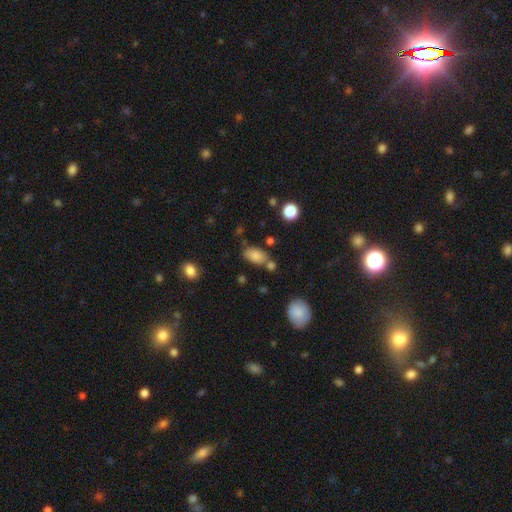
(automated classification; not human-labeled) A smooth galaxy with no disk features (82%) that is in between round and cigar-shaped (90%). Merging: none (59%).